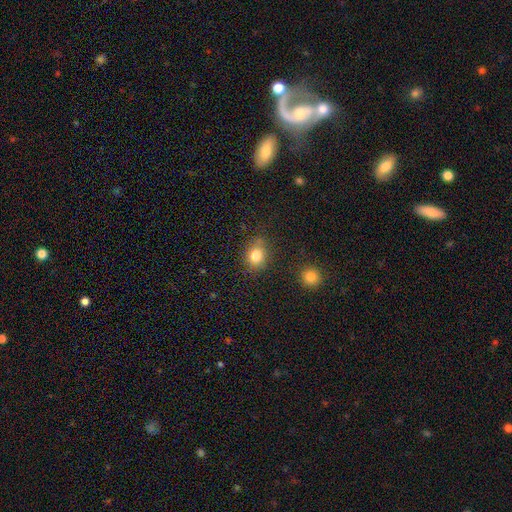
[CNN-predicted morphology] The model was most divided on "how rounded": round: 61%, in between: 38%, cigar-shaped: 1%. More confident: smooth or featured — smooth (83%); merging — none (74%).